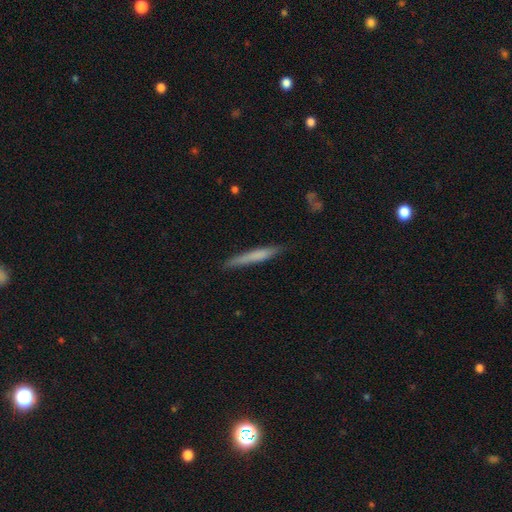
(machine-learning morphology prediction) Smooth or featured?
  - smooth: 65% *
  - featured or disk: 29%
  - star or artifact: 6%
How rounded?
  - cigar-shaped: 95% *
  - in between: 3%
  - round: 1%
Merging?
  - none: 85% *
  - minor disturbance: 12%
  - major disturbance: 2%
  - merger: 1%